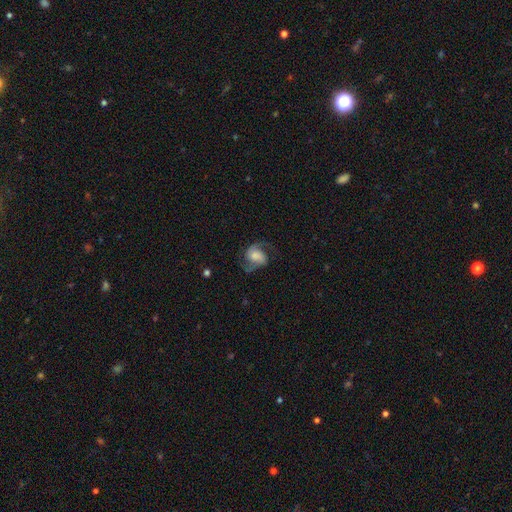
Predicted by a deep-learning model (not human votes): A featured or disk galaxy (82%) with no bar (58%), 2 (92%) medium (50%) spiral arms (96%) and a large central bulge (30%). Merging: none (73%).